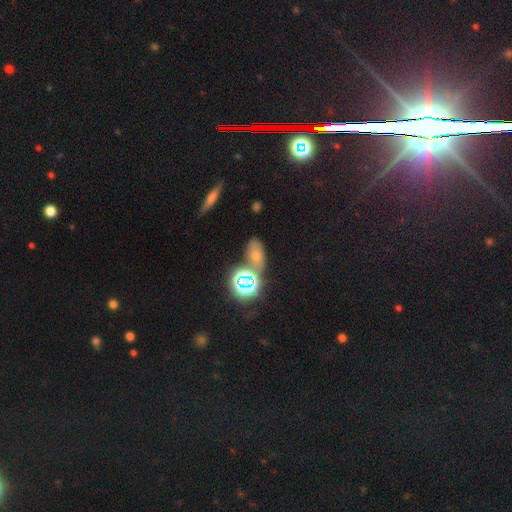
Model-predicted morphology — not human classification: Smooth or featured?
  - smooth: 52% *
  - star or artifact: 33%
  - featured or disk: 15%
How rounded?
  - in between: 82% *
  - round: 14%
  - cigar-shaped: 4%
Merging?
  - none: 61% *
  - merger: 18%
  - minor disturbance: 15%
  - major disturbance: 6%